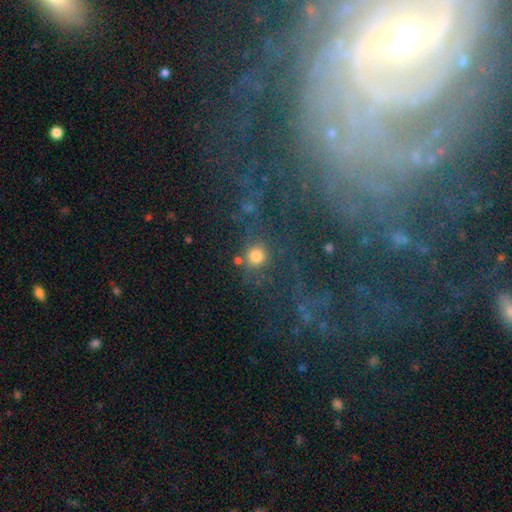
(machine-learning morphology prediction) The model was most divided on "smooth or featured": smooth: 61%, star or artifact: 24%, featured or disk: 15%. More confident: how rounded — round (86%); merging — none (62%).